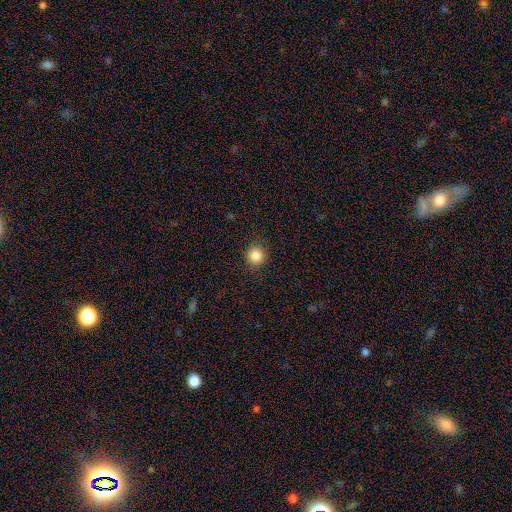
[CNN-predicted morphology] type=smooth (86%); roundness=round (93%); merging=none (91%).